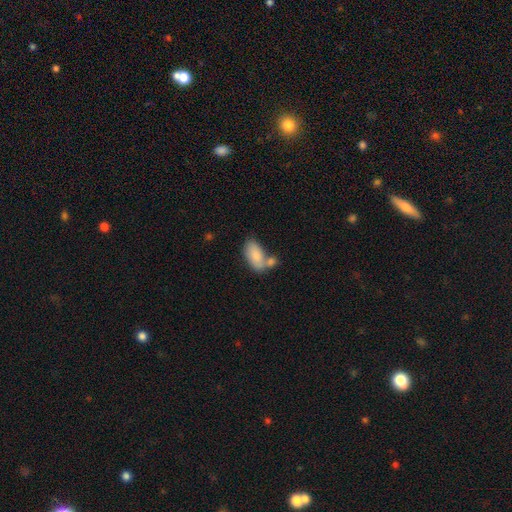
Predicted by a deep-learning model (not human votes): A smooth galaxy with no disk features (81%) that is in between round and cigar-shaped (93%). Merging: merger (41%).